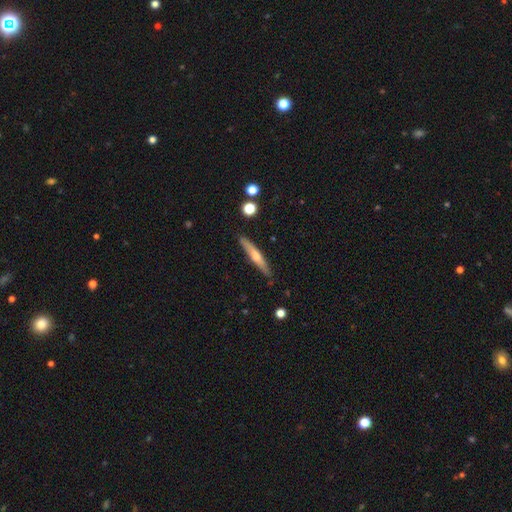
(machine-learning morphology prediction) A featured or disk galaxy (49%). Merging: none (86%).